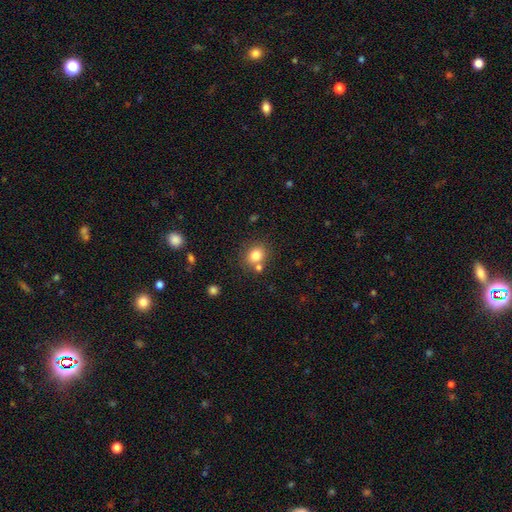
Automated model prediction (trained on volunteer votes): This is clearly a smooth galaxy (81%). How rounded: likely round (67%). Merging: likely none (70%).